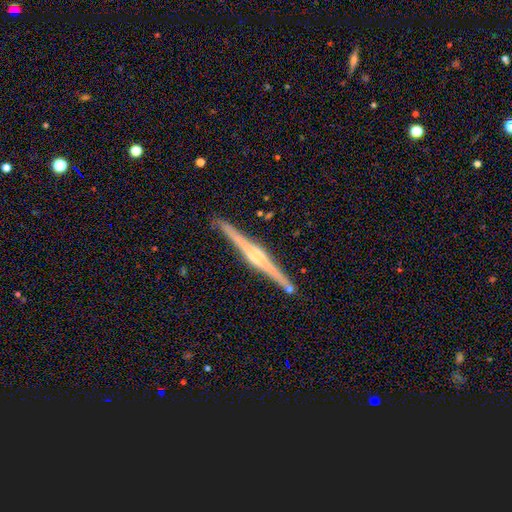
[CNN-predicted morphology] The model was most divided on "edge-on bulge": rounded: 63%, boxy: 28%, none: 9%. More confident: edge-on disk — yes (98%); merging — none (90%); smooth or featured — featured or disk (84%).